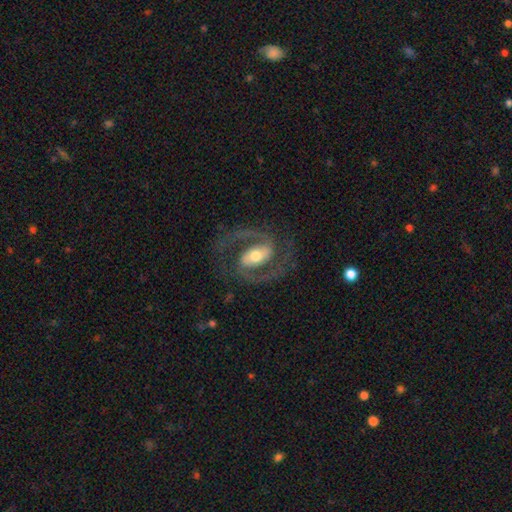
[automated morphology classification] Smooth or featured? Predicted: featured or disk (p=0.91). Edge-on disk? Predicted: no (p=0.97). Bar? Predicted: strong (p=0.40). Spiral arms? Predicted: yes (p=0.97). Spiral winding? Predicted: medium (p=0.64). Spiral arm count? Predicted: 2 (p=0.94). Bulge size? Predicted: moderate (p=0.67). Merging? Predicted: none (p=0.78).